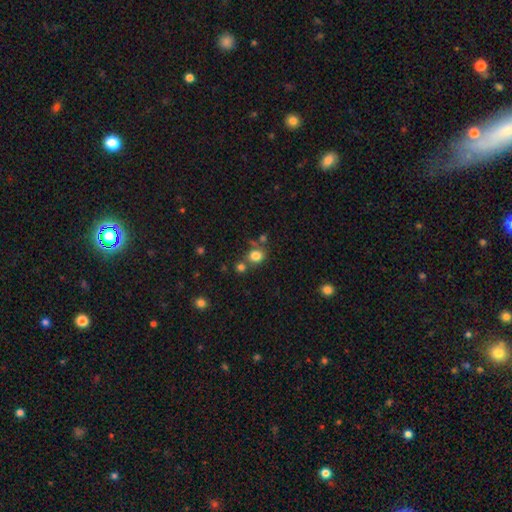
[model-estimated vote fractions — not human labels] A smooth galaxy with no disk features (80%) that is round (71%).

Vote fractions:
- Smooth or featured? smooth: 80% / star or artifact: 13% / featured or disk: 7%
- How rounded? round: 71% / in between: 28% / cigar-shaped: 1%
- Merging? none: 58% / merger: 24% / minor disturbance: 12% / major disturbance: 6%